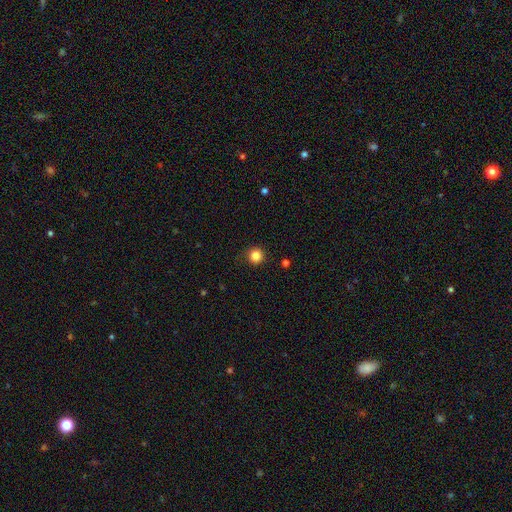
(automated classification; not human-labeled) Q: Smooth or featured?
A: smooth (84%); runner-up: star or artifact (12%)
Q: How rounded?
A: round (95%); runner-up: in between (5%)
Q: Merging?
A: none (87%); runner-up: minor disturbance (9%)